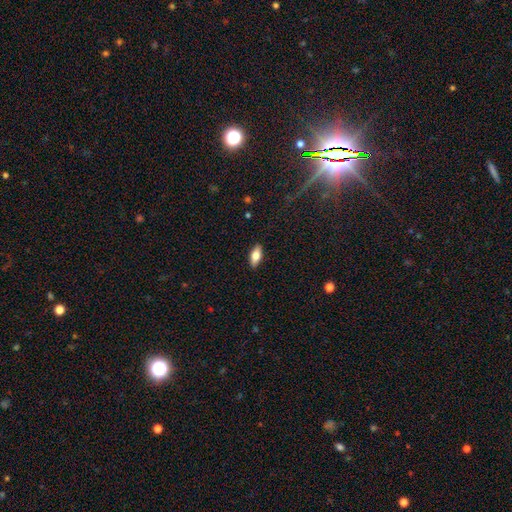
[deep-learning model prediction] Q: Smooth or featured?
A: smooth (68%); runner-up: featured or disk (26%)
Q: How rounded?
A: in between (83%); runner-up: cigar-shaped (14%)
Q: Merging?
A: none (89%); runner-up: minor disturbance (8%)